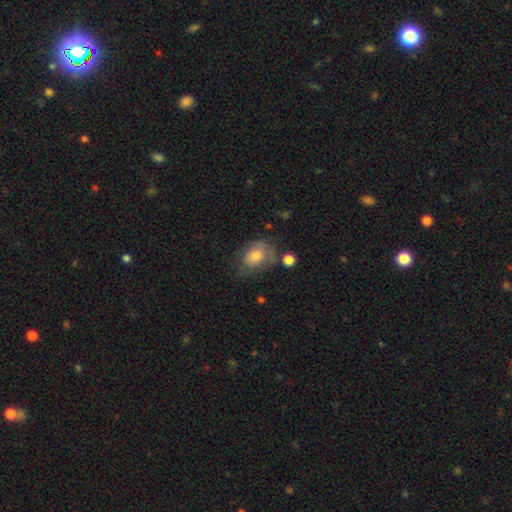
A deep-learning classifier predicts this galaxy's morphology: Smooth or featured? Predicted: smooth (p=0.67). How rounded? Predicted: in between (p=0.72). Merging? Predicted: none (p=0.47).